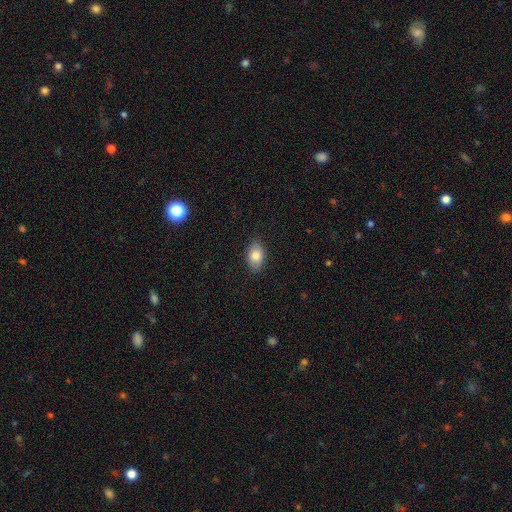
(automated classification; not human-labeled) A smooth galaxy with no disk features (81%) that is in between round and cigar-shaped (90%).

Vote fractions:
- Smooth or featured? smooth: 81% / featured or disk: 12% / star or artifact: 7%
- How rounded? in between: 90% / round: 8% / cigar-shaped: 2%
- Merging? none: 85% / minor disturbance: 11% / major disturbance: 2% / merger: 1%